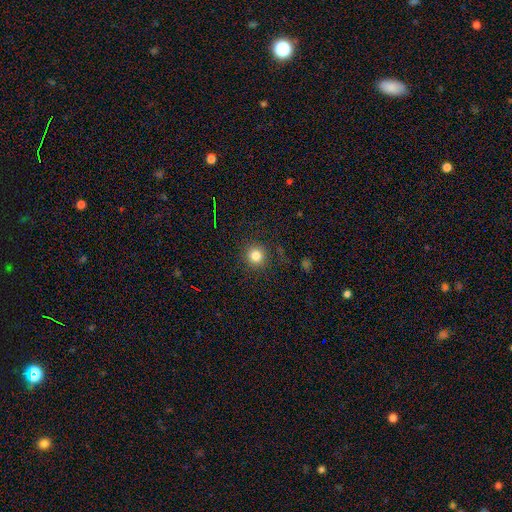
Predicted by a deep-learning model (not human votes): Smooth or featured?
  - smooth: 82% *
  - star or artifact: 13%
  - featured or disk: 6%
How rounded?
  - round: 95% *
  - in between: 4%
  - cigar-shaped: 1%
Merging?
  - none: 89% *
  - minor disturbance: 7%
  - major disturbance: 3%
  - merger: 1%